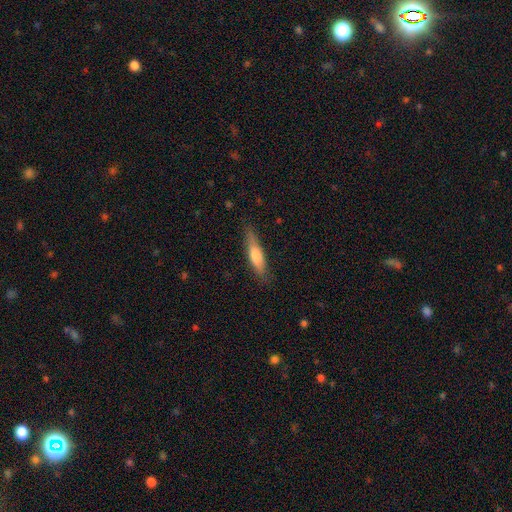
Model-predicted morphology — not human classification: This appears to be a smooth galaxy with no disk features (67%) that is cigar-shaped (77%). Merging: none (80%).